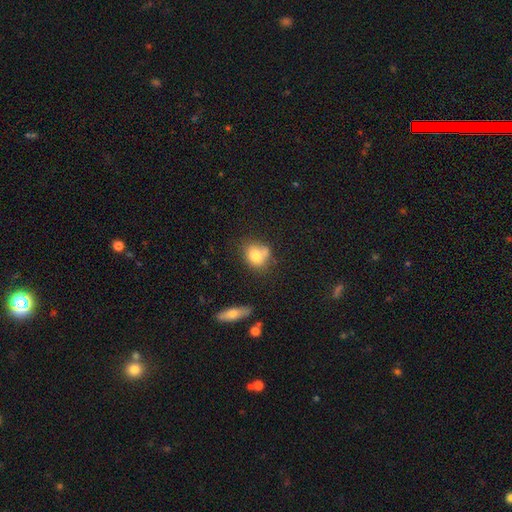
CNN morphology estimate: Q: Smooth or featured?
A: smooth (76%); runner-up: featured or disk (15%)
Q: How rounded?
A: round (56%); runner-up: in between (42%)
Q: Merging?
A: none (49%); runner-up: merger (26%)